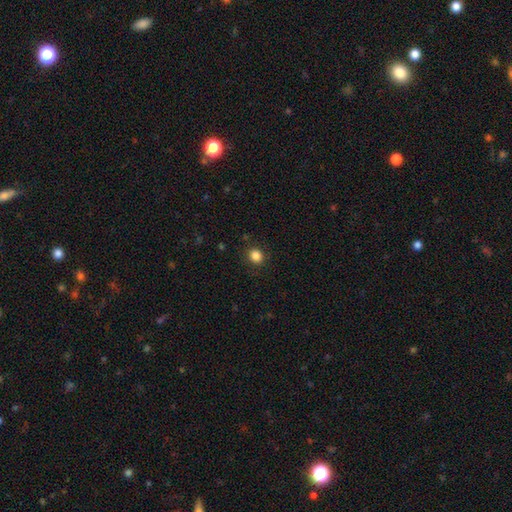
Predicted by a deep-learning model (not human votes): Smooth or featured? Predicted: smooth (p=0.85). How rounded? Predicted: round (p=0.74). Merging? Predicted: none (p=0.89).